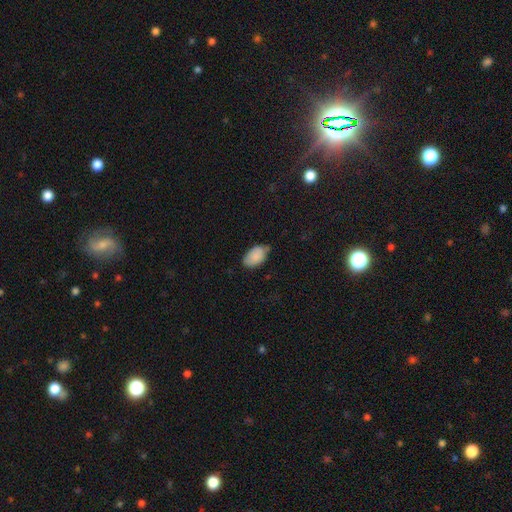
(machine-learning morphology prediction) type=smooth (88%); roundness=in between (93%); merging=none (64%).